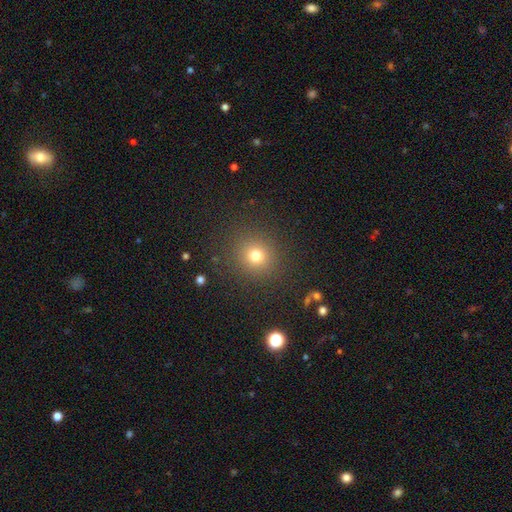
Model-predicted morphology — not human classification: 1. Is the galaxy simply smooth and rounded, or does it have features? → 74% smooth, 18% star or artifact, 8% featured or disk.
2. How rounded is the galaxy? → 90% round, 9% in between, 1% cigar-shaped.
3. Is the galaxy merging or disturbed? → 88% none, 7% minor disturbance, 4% major disturbance, 1% merger.